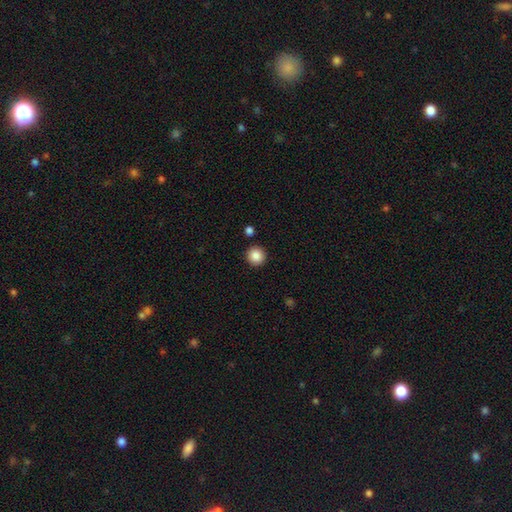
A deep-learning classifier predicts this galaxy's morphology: type=smooth (87%); roundness=round (95%); merging=none (91%).